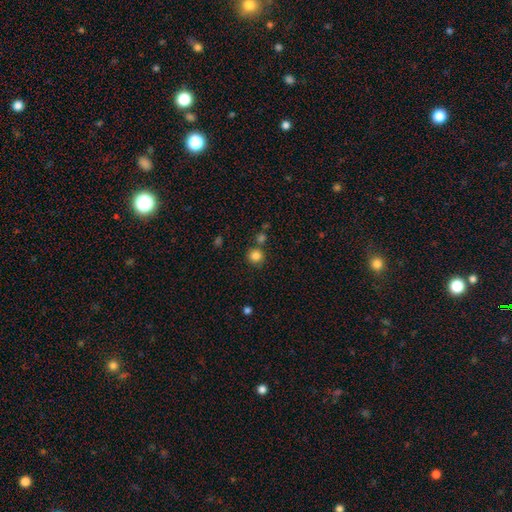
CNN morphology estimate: Overall: smooth (84%). How rounded: round (93%). Merging: none (79%).